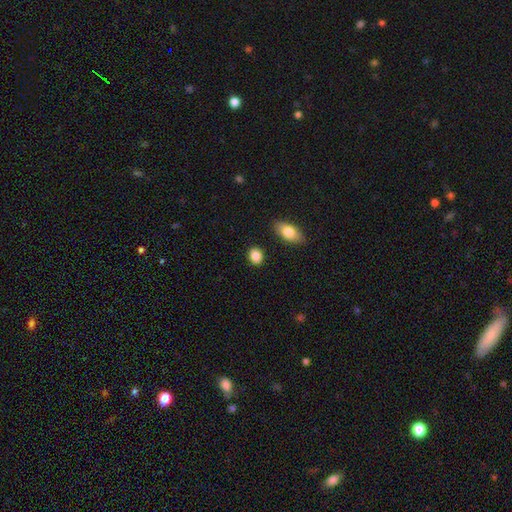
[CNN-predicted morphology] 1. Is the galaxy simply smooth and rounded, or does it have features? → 86% smooth, 8% star or artifact, 6% featured or disk.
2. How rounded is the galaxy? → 54% in between, 44% round, 2% cigar-shaped.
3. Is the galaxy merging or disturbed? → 87% none, 8% minor disturbance, 3% merger, 2% major disturbance.